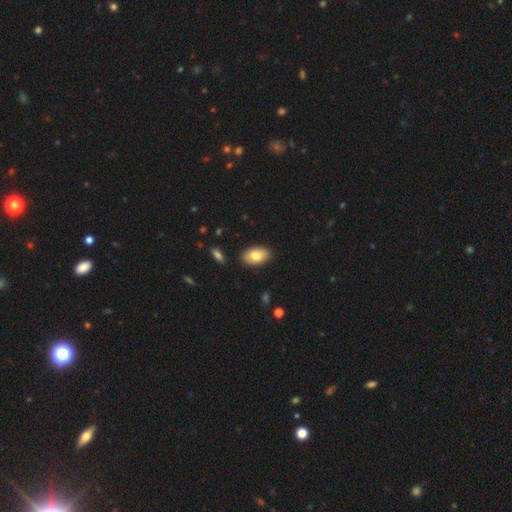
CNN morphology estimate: smooth_or_featured: smooth (p=0.78) [alt: featured or disk p=0.16]
how_rounded: in between (p=0.93) [alt: round p=0.05]
merging: none (p=0.88) [alt: minor disturbance p=0.09]